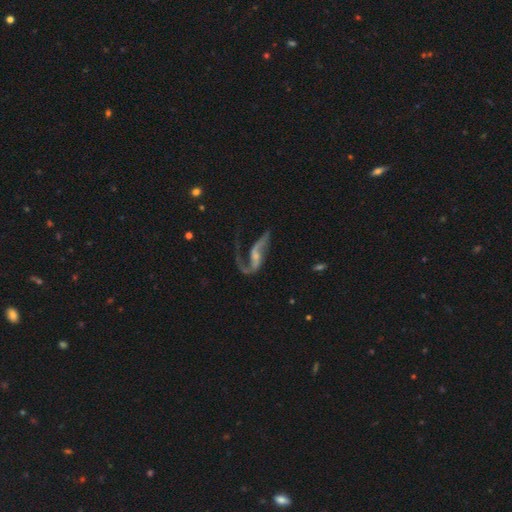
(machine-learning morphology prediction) type=featured or disk (86%); edge-on=no (95%); bar=no (44%); spiral arms=yes (93%); winding=loose (75%); arm count=2 (78%); bulge=small (57%); merging=none (44%).